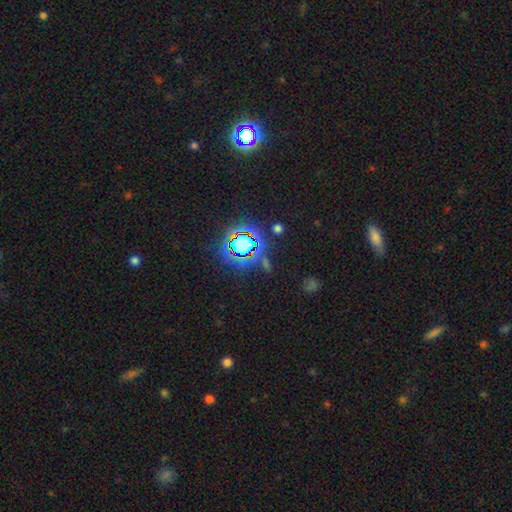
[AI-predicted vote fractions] This appears to be a star or artifact, not a galaxy (78%).